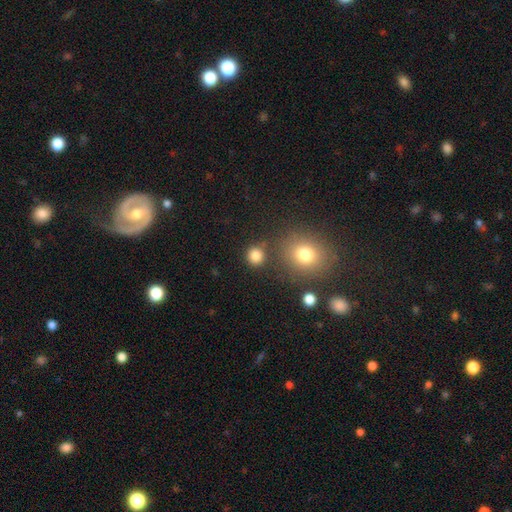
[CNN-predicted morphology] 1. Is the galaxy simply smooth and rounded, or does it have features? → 83% smooth, 13% star or artifact, 4% featured or disk.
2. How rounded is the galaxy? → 90% round, 9% in between, 1% cigar-shaped.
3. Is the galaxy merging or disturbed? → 81% none, 8% minor disturbance, 7% merger, 4% major disturbance.